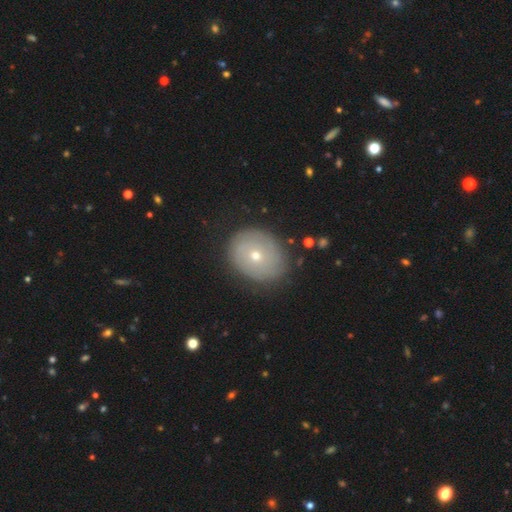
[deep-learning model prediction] Overall: smooth (53%; featured or disk 36%). How rounded: round (58%; in between 41%). Merging: none (81%).